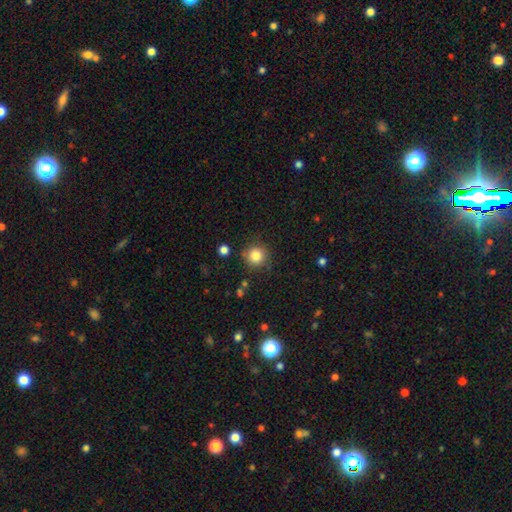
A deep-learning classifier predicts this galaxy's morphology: Overall: smooth (83%). How rounded: round (94%). Merging: none (86%).